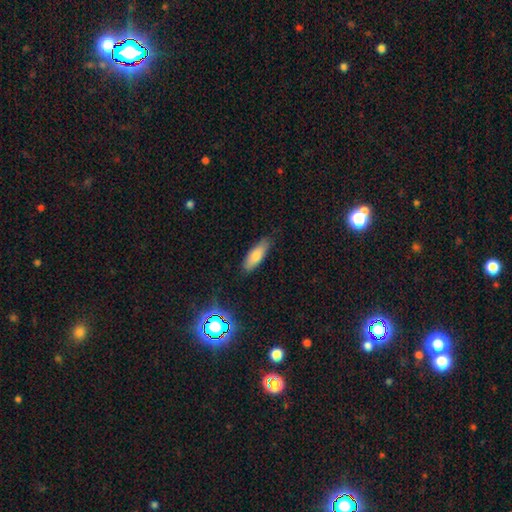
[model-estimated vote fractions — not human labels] Smooth or featured: smooth — 72% (featured or disk — 18%)
How rounded: in between — 59% (cigar-shaped — 39%)
Merging: none — 83% (minor disturbance — 13%)